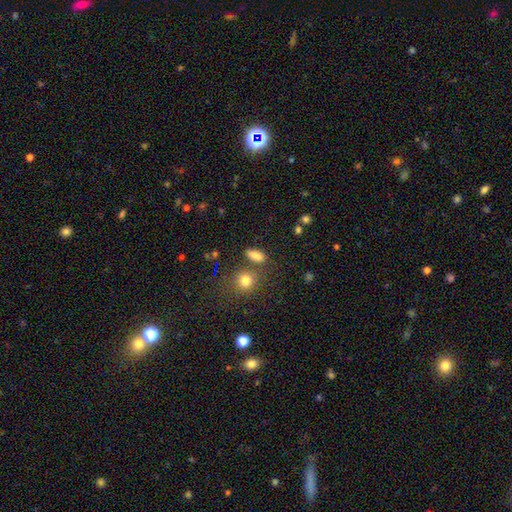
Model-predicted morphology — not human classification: The model was most divided on "merging": none: 73%, minor disturbance: 13%, merger: 10%, major disturbance: 5%. More confident: smooth or featured — smooth (81%); how rounded — in between (76%).